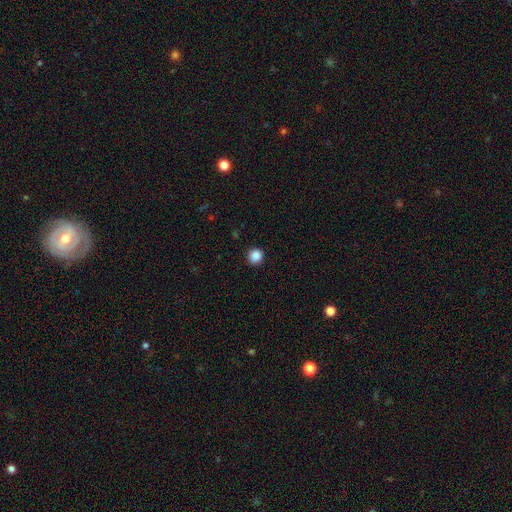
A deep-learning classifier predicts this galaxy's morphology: Smooth or featured?
  - smooth: 87% *
  - star or artifact: 10%
  - featured or disk: 2%
How rounded?
  - round: 92% *
  - in between: 7%
  - cigar-shaped: 1%
Merging?
  - none: 92% *
  - minor disturbance: 6%
  - major disturbance: 2%
  - merger: 1%